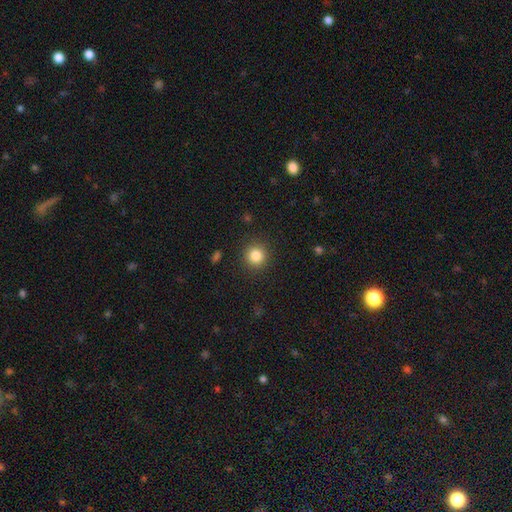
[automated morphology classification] Smooth or featured: smooth — 84% (star or artifact — 11%)
How rounded: round — 93% (in between — 6%)
Merging: none — 90% (minor disturbance — 6%)